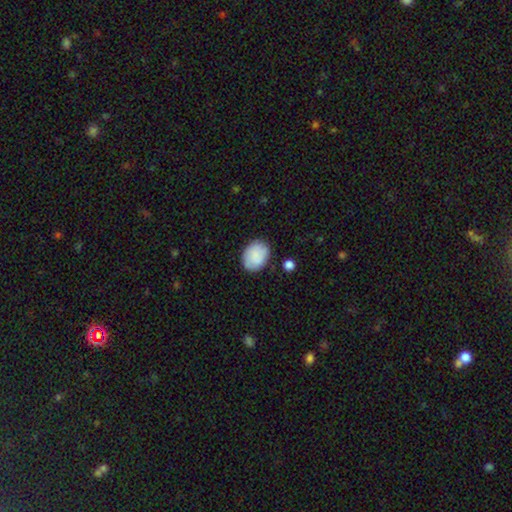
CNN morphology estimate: The model was most divided on "how rounded": in between: 60%, round: 39%, cigar-shaped: 1%. More confident: smooth or featured — smooth (83%); merging — none (80%).